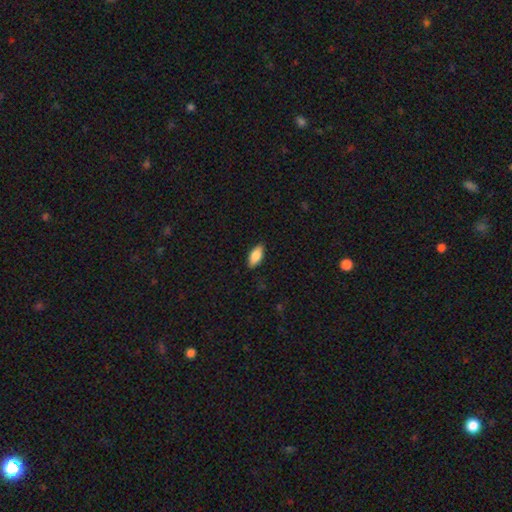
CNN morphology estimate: This appears to be a smooth galaxy with no disk features (83%) that is in between round and cigar-shaped (87%). Merging: none (88%).